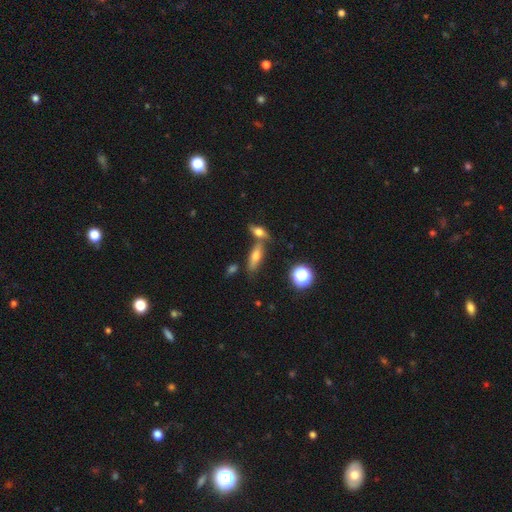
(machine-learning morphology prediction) smooth 58%, featured or disk 30%, star or artifact 12%. Down the decision tree: how rounded — in between (52%); merging — none (57%).